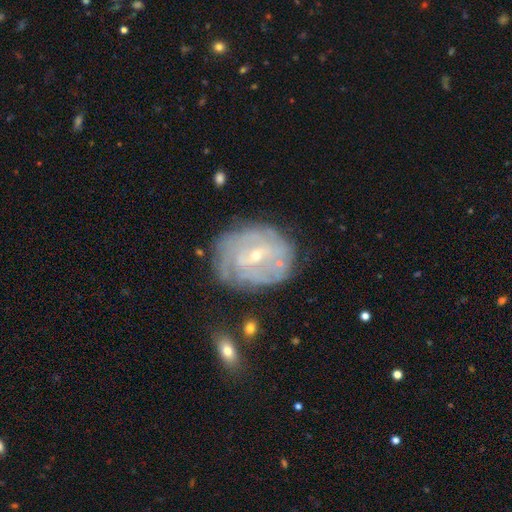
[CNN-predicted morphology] This is likely a featured or disk galaxy (79%). It is clearly not viewed edge-on (97%). Bar: possibly weak (48%). Spiral arm pattern: clearly yes (82%). Spiral arm count: possibly can't tell (52%). Spiral winding: likely tight (67%). Central bulge: likely small (73%). Merging: likely none (67%).